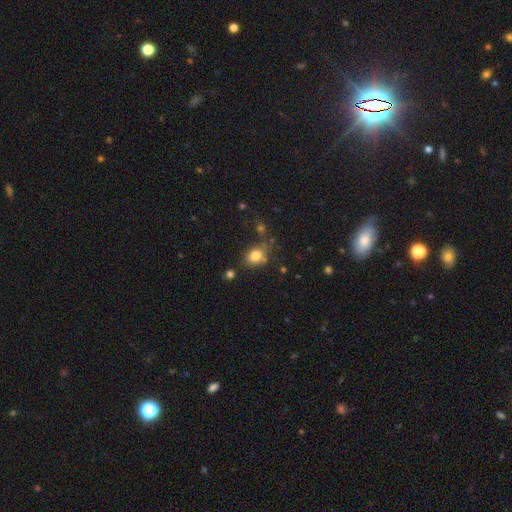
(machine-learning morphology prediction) The model was most divided on "how rounded": in between: 57%, round: 42%, cigar-shaped: 1%. More confident: smooth or featured — smooth (82%); merging — none (68%).